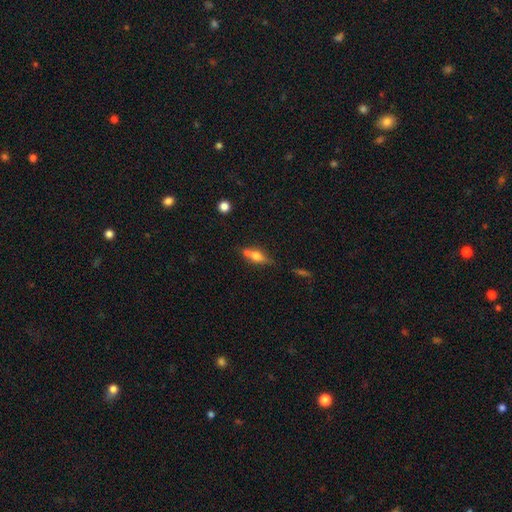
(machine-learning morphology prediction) Smooth or featured: smooth — 52% (featured or disk — 38%)
How rounded: in between — 60% (cigar-shaped — 30%)
Merging: none — 48% (merger — 32%)